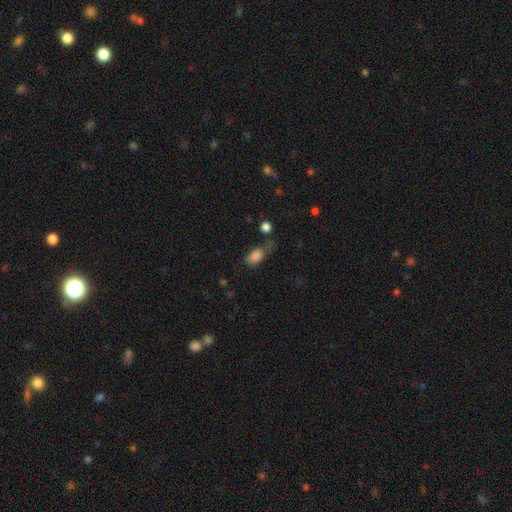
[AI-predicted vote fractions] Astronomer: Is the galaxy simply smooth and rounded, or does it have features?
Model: smooth — 83%.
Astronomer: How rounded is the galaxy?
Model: in between — 85%.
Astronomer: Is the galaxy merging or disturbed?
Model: none — 38% (runner-up: minor disturbance, 28%).